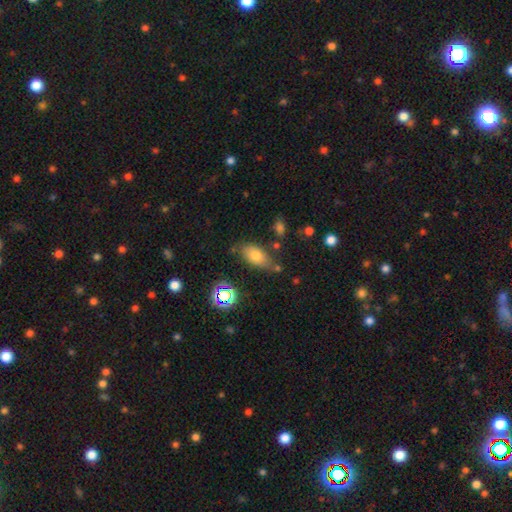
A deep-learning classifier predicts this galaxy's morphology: A smooth galaxy with no disk features (71%) that is in between round and cigar-shaped (88%). Merging: none (67%).